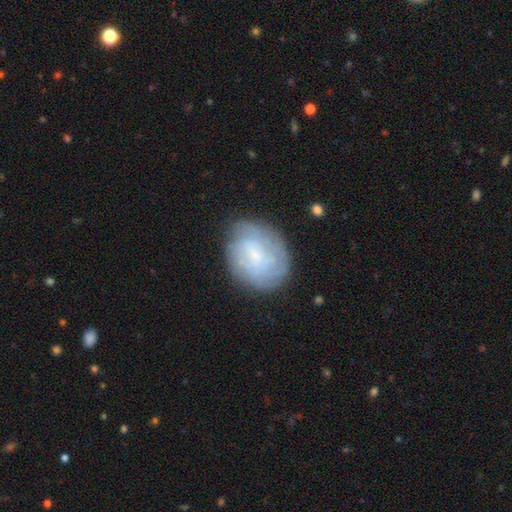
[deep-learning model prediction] Morphology: type=featured or disk (50%); merging=none (73%).